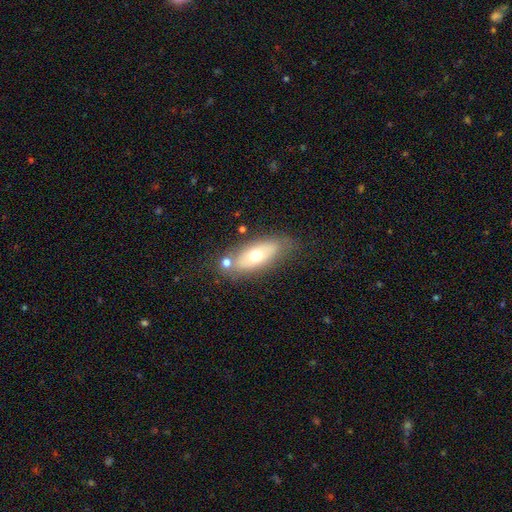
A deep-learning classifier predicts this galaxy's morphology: Smooth or featured: smooth — 57% (featured or disk — 35%)
How rounded: in between — 76% (cigar-shaped — 19%)
Merging: none — 66% (minor disturbance — 16%)